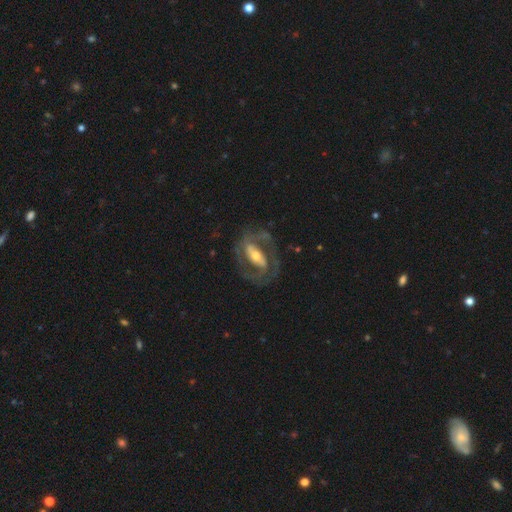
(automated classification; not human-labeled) Smooth or featured?
  - featured or disk: 83% *
  - smooth: 13%
  - star or artifact: 5%
Edge-on disk?
  - no: 93% *
  - yes: 7%
Bar?
  - strong: 55% *
  - weak: 25%
  - no: 19%
Spiral arms?
  - yes: 82% *
  - no: 18%
Spiral winding?
  - medium: 47% *
  - tight: 36%
  - loose: 17%
Spiral arm count?
  - 2: 84% *
  - can't tell: 8%
  - 1: 4%
  - 3: 2%
  - 4: 1%
  - more than 4: 1%
Bulge size?
  - moderate: 57% *
  - small: 31%
  - large: 9%
  - dominant: 1%
  - none: 1%
Merging?
  - none: 70% *
  - minor disturbance: 15%
  - major disturbance: 14%
  - merger: 2%